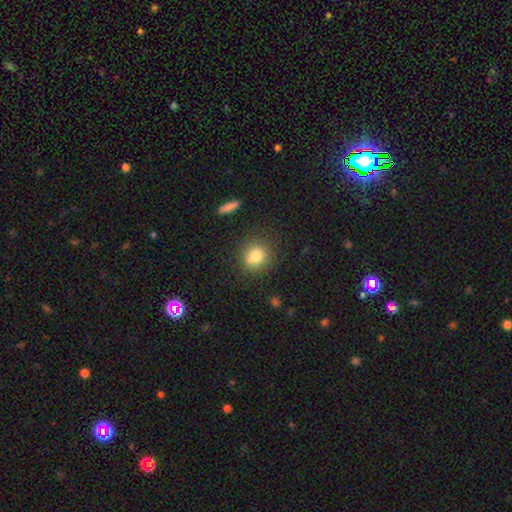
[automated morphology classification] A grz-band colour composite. It shows a smooth galaxy with no disk features (81%) that is round (79%). Merging: none (80%).